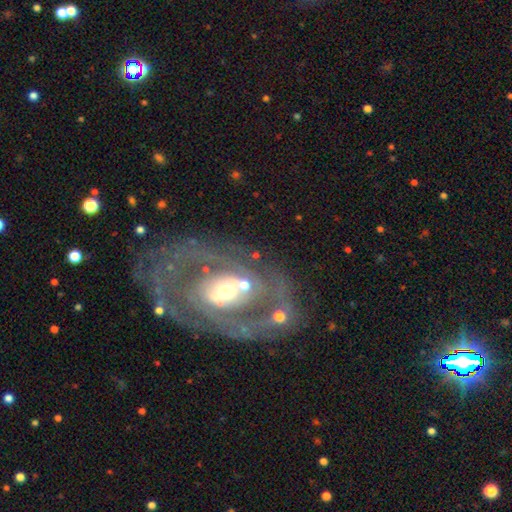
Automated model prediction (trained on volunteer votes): Smooth or featured? Predicted: featured or disk (p=0.83). Edge-on disk? Predicted: no (p=0.96). Bar? Predicted: no (p=0.52). Spiral arms? Predicted: yes (p=0.83). Spiral winding? Predicted: tight (p=0.42). Spiral arm count? Predicted: 2 (p=0.65). Bulge size? Predicted: moderate (p=0.58). Merging? Predicted: none (p=0.64).